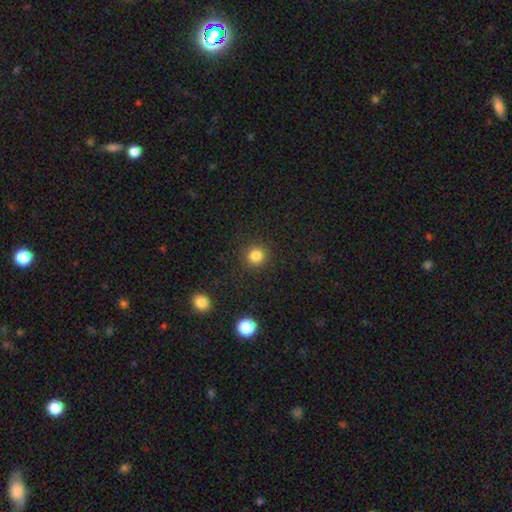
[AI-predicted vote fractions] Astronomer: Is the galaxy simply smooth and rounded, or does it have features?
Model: smooth — 83%.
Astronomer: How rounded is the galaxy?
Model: round — 90%.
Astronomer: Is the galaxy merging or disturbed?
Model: none — 89%.